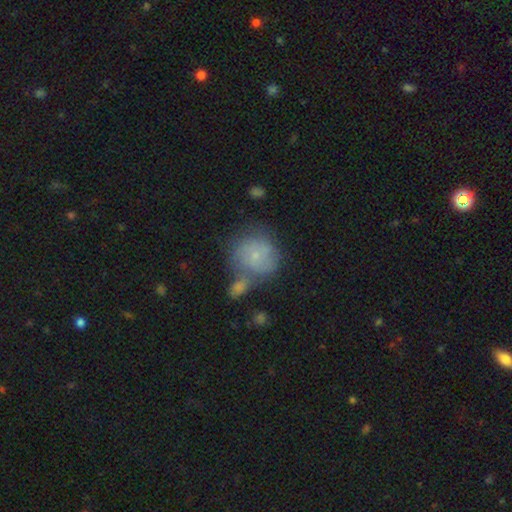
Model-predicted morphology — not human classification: This appears to be a smooth galaxy with no disk features (61%) that is round (85%). Merging: none (45%).